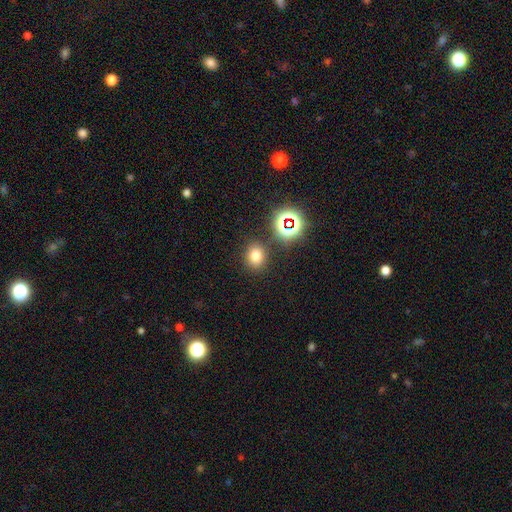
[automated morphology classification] smooth-or-featured: smooth: 72% | star or artifact: 21% | featured or disk: 7%
  how-rounded: round: 66% | in between: 33% | cigar-shaped: 1%
  merging: none: 82% | minor disturbance: 9% | merger: 6% | major disturbance: 3%